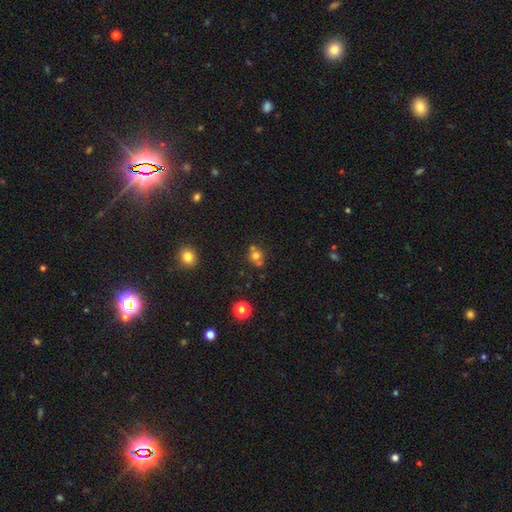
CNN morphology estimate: smooth_or_featured: smooth (p=0.68) [alt: star or artifact p=0.17]
how_rounded: round (p=0.80) [alt: in between p=0.19]
merging: none (p=0.49) [alt: merger p=0.38]